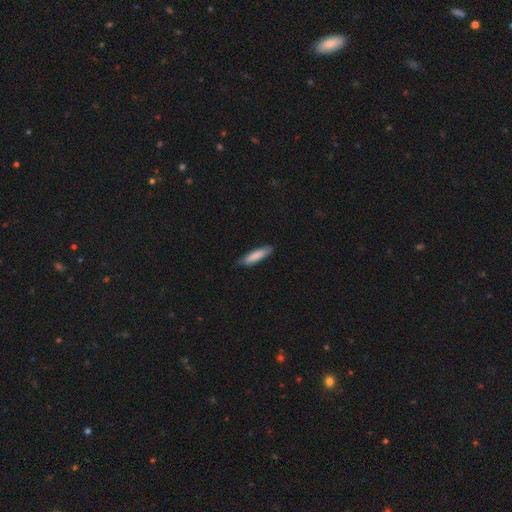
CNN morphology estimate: Smooth or featured? smooth (84%)
How rounded? cigar-shaped (74%)
Merging? none (82%)